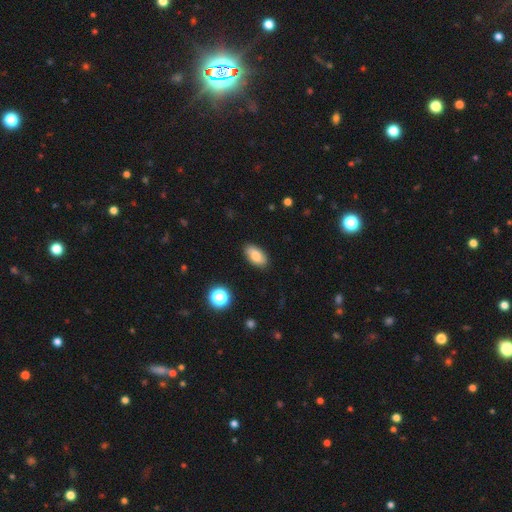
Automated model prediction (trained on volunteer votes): Smooth or featured?
  - smooth: 76% *
  - featured or disk: 16%
  - star or artifact: 9%
How rounded?
  - in between: 93% *
  - round: 5%
  - cigar-shaped: 3%
Merging?
  - none: 86% *
  - minor disturbance: 10%
  - major disturbance: 2%
  - merger: 1%